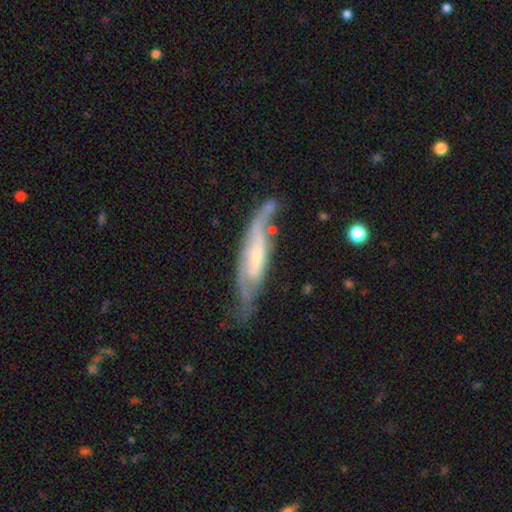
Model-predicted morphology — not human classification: Overall: featured or disk (73%). Edge-on disk: no (63%; yes 37%). Merging: none (49%; minor disturbance 27%).